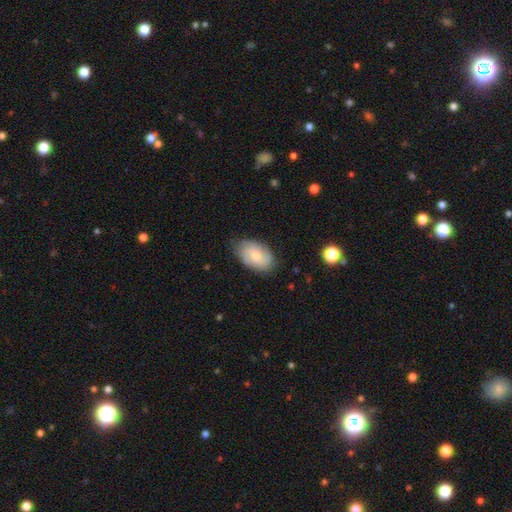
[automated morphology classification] Smooth or featured: featured or disk — 49% (smooth — 44%)
Merging: none — 76% (minor disturbance — 19%)